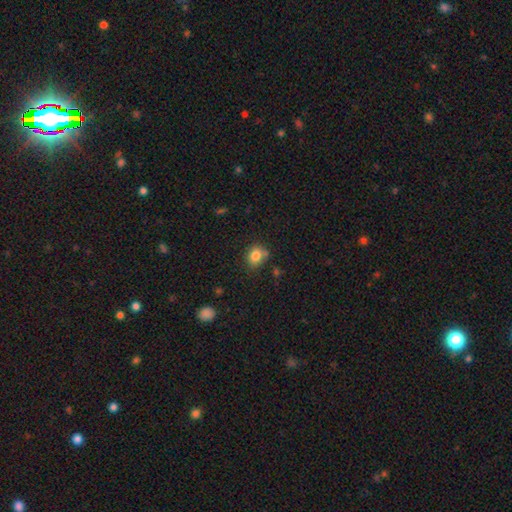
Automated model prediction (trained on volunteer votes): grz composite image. It shows a smooth galaxy with no disk features (81%) that is round (57%). Merging: none (65%).